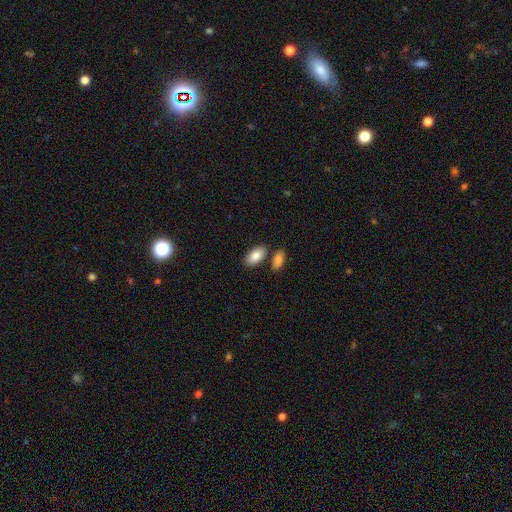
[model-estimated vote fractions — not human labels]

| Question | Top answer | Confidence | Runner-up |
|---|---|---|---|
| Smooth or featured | smooth | 85% | featured or disk (9%) |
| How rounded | in between | 94% | round (3%) |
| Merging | none | 73% | merger (14%) |